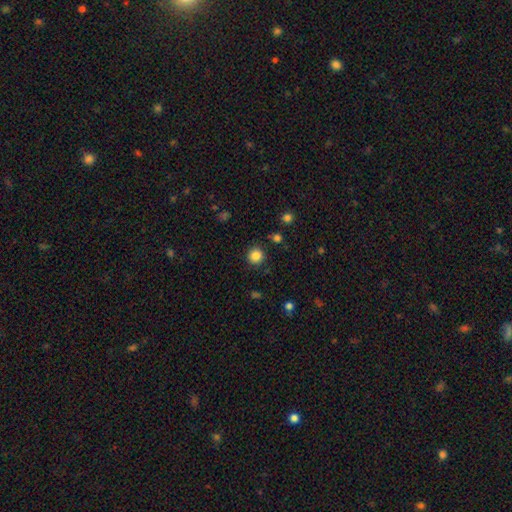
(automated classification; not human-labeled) Morphology: type=smooth (85%); roundness=round (93%); merging=none (89%).